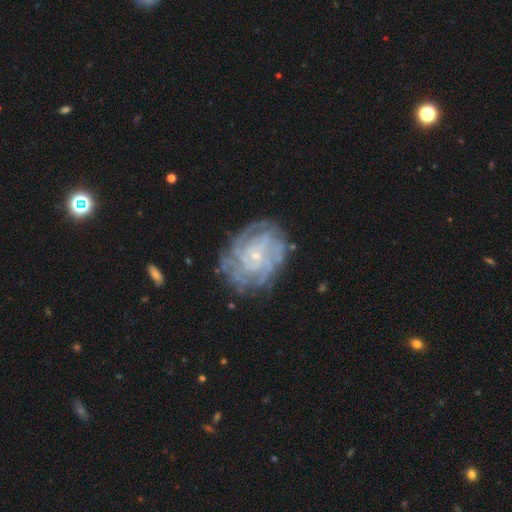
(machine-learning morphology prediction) smooth_or_featured: featured or disk (p=0.85) [alt: smooth p=0.08]
disk_edge_on: no (p=0.97) [alt: yes p=0.03]
bar: no (p=0.70) [alt: weak p=0.24]
has_spiral_arms: yes (p=0.95) [alt: no p=0.05]
spiral_winding: tight (p=0.73) [alt: medium p=0.22]
spiral_arm_count: can't tell (p=0.35) [alt: 4 p=0.22]
bulge_size: small (p=0.83) [alt: moderate p=0.11]
merging: none (p=0.74) [alt: minor disturbance p=0.17]